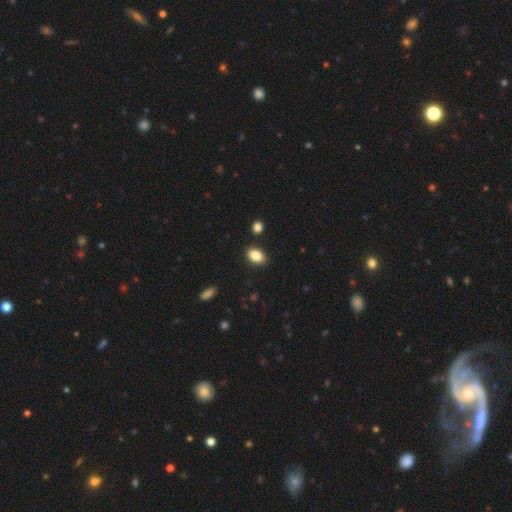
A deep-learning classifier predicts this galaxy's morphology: Smooth or featured? Predicted: smooth (p=0.86). How rounded? Predicted: in between (p=0.85). Merging? Predicted: none (p=0.87).